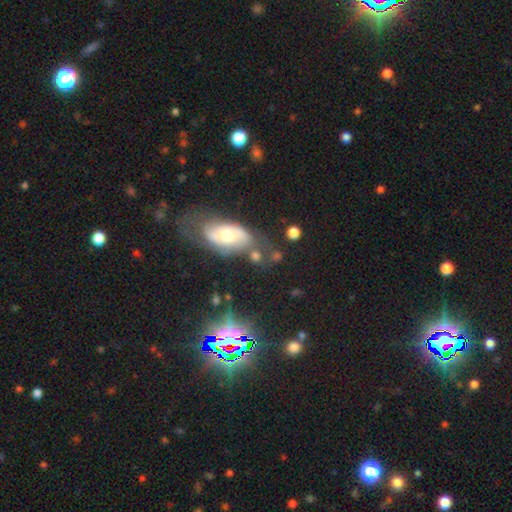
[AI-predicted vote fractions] This is possibly a smooth galaxy (47%). Merging: possibly none (51%).